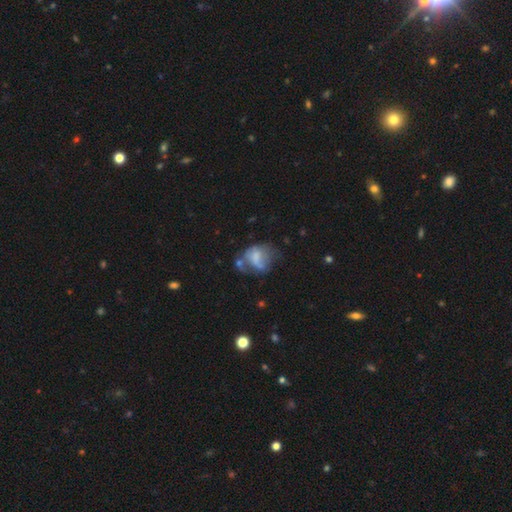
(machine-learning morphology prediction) A smooth galaxy with no disk features (52%) that is in between round and cigar-shaped (61%). Merging: major disturbance (36%).